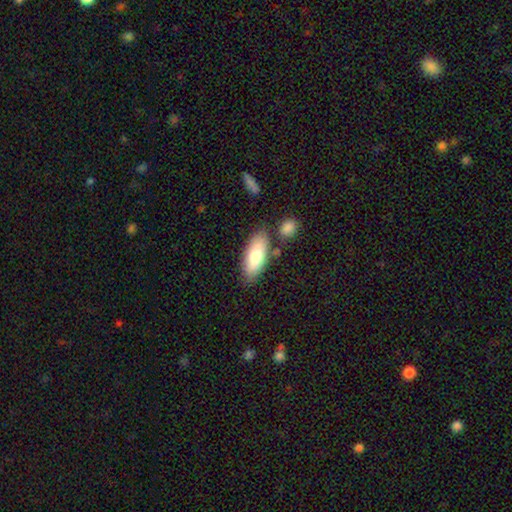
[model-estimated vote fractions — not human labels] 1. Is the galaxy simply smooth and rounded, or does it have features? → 79% smooth, 16% featured or disk, 6% star or artifact.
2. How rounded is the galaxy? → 75% in between, 23% cigar-shaped, 2% round.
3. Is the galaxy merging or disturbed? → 74% none, 14% minor disturbance, 9% merger, 3% major disturbance.